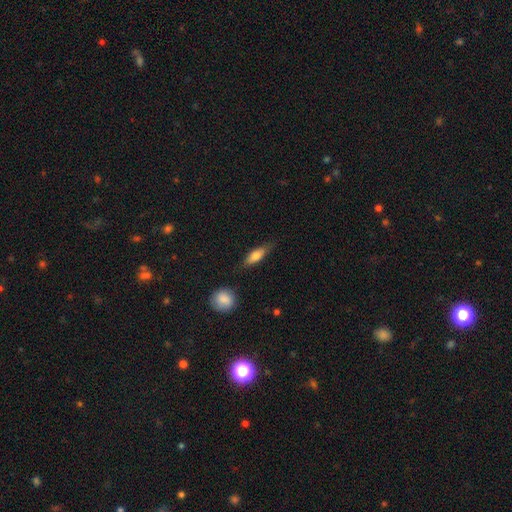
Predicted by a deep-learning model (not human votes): Overall: smooth (68%). How rounded: in between (55%; cigar-shaped 41%). Merging: none (73%).